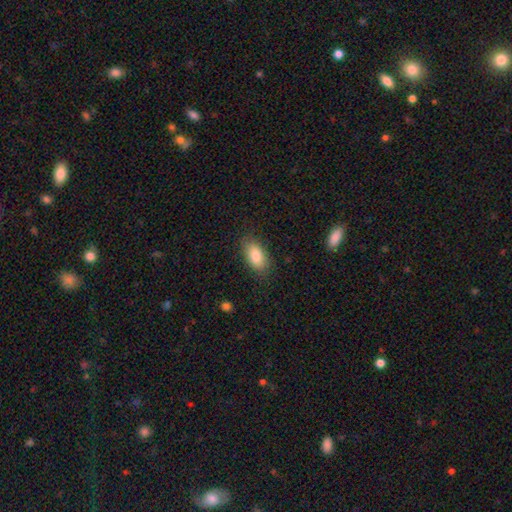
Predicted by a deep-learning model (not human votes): Overall: smooth (81%). How rounded: in between (91%). Merging: none (83%).